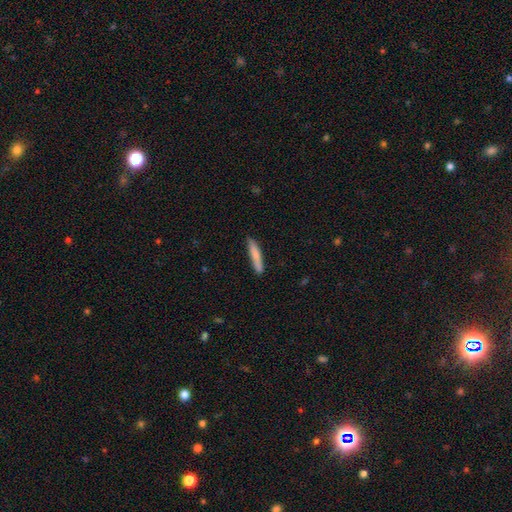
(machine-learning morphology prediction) A smooth galaxy with no disk features (76%) that is cigar-shaped (91%). Merging: none (83%).